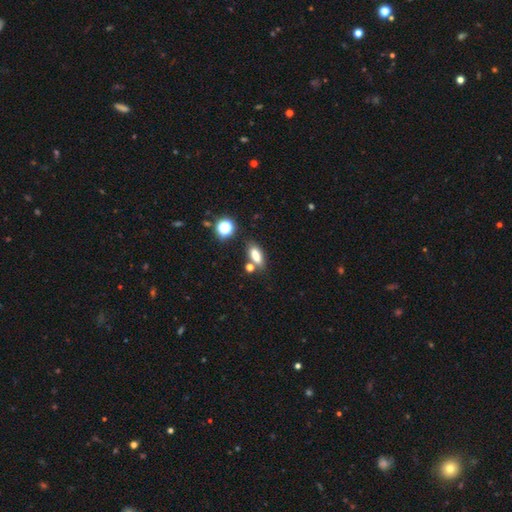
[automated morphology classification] The model was most divided on "how rounded": in between: 71%, cigar-shaped: 22%, round: 7%. More confident: smooth or featured — smooth (77%); merging — none (70%).